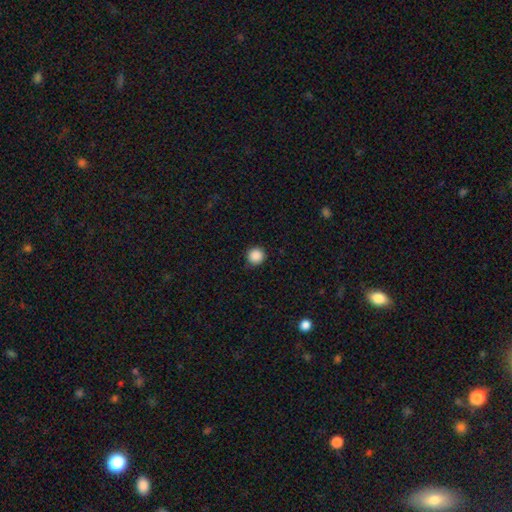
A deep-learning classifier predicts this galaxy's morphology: Q: Smooth or featured?
A: smooth (88%); runner-up: star or artifact (10%)
Q: How rounded?
A: round (95%); runner-up: in between (4%)
Q: Merging?
A: none (88%); runner-up: minor disturbance (9%)